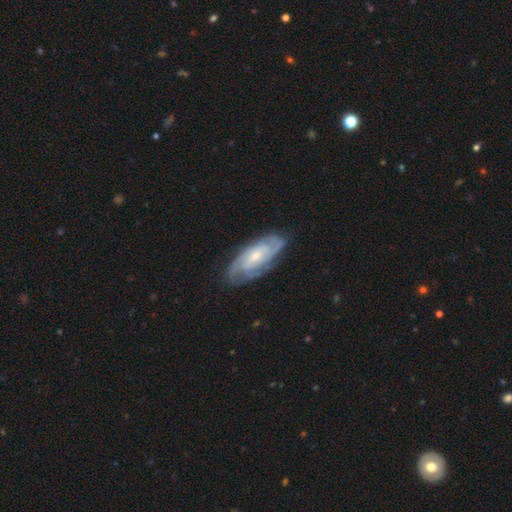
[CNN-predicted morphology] Smooth or featured?
  - featured or disk: 81% *
  - smooth: 13%
  - star or artifact: 5%
Edge-on disk?
  - no: 93% *
  - yes: 7%
Bar?
  - no: 59% *
  - weak: 33%
  - strong: 8%
Spiral arms?
  - yes: 95% *
  - no: 5%
Spiral winding?
  - tight: 64% *
  - medium: 30%
  - loose: 6%
Spiral arm count?
  - can't tell: 29% *
  - 2: 28%
  - 3: 24%
  - 4: 11%
  - more than 4: 4%
  - 1: 4%
Bulge size?
  - small: 57% *
  - moderate: 37%
  - none: 3%
  - large: 2%
  - dominant: 1%
Merging?
  - none: 78% *
  - minor disturbance: 16%
  - major disturbance: 4%
  - merger: 1%